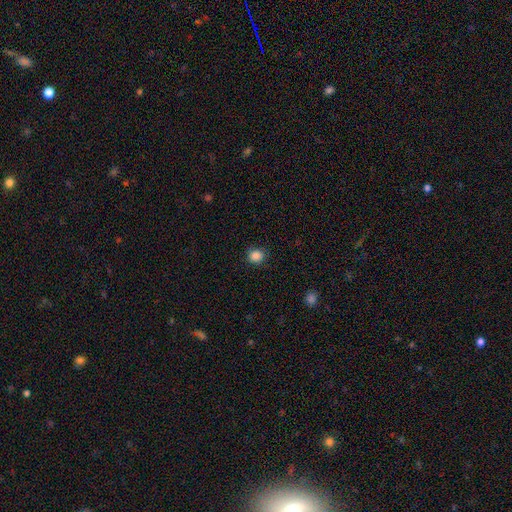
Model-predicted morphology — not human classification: Overall: smooth (86%). How rounded: round (81%). Merging: none (87%).